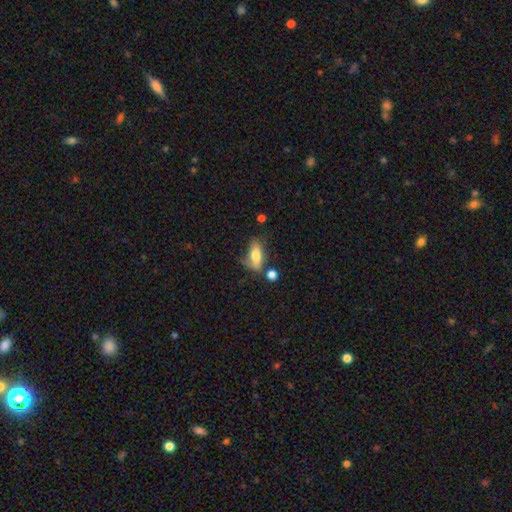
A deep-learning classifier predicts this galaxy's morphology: Smooth or featured?
  - smooth: 66% *
  - featured or disk: 25%
  - star or artifact: 9%
How rounded?
  - in between: 76% *
  - cigar-shaped: 19%
  - round: 5%
Merging?
  - none: 42% *
  - minor disturbance: 26%
  - major disturbance: 18%
  - merger: 14%